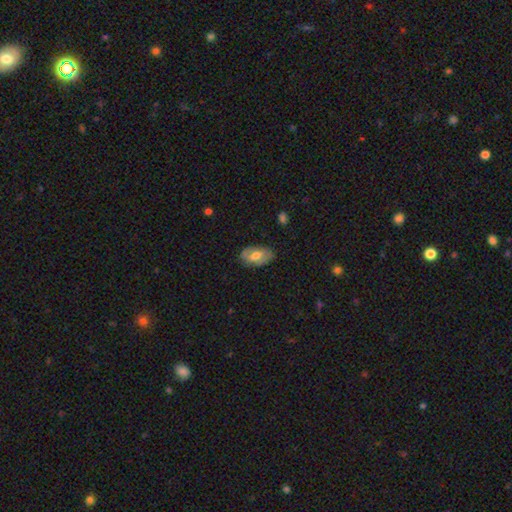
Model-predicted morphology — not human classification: smooth_or_featured: smooth (p=0.50) [alt: featured or disk p=0.43]
how_rounded: in between (p=0.92) [alt: round p=0.06]
merging: none (p=0.73) [alt: minor disturbance p=0.21]